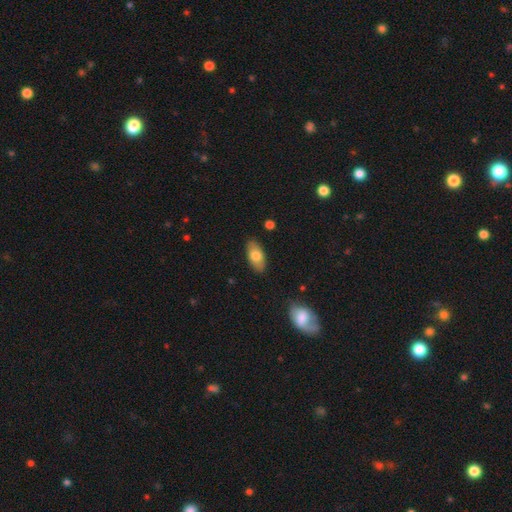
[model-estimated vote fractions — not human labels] Smooth or featured?
  - smooth: 75% *
  - featured or disk: 19%
  - star or artifact: 6%
How rounded?
  - in between: 91% *
  - cigar-shaped: 6%
  - round: 3%
Merging?
  - none: 87% *
  - minor disturbance: 10%
  - major disturbance: 2%
  - merger: 1%